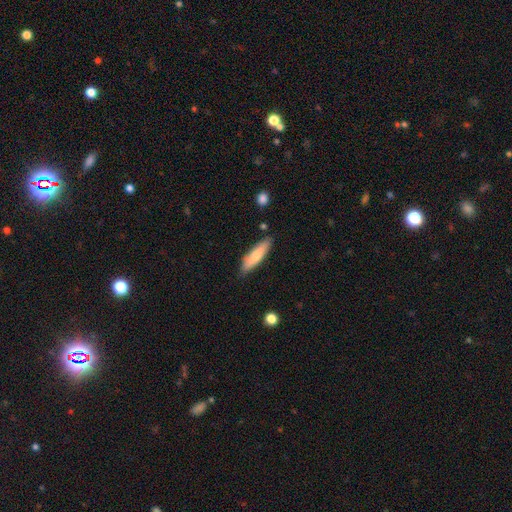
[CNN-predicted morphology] smooth-or-featured: smooth: 73% | featured or disk: 22% | star or artifact: 6%
  how-rounded: cigar-shaped: 69% | in between: 29% | round: 2%
  merging: none: 82% | minor disturbance: 13% | merger: 2% | major disturbance: 2%